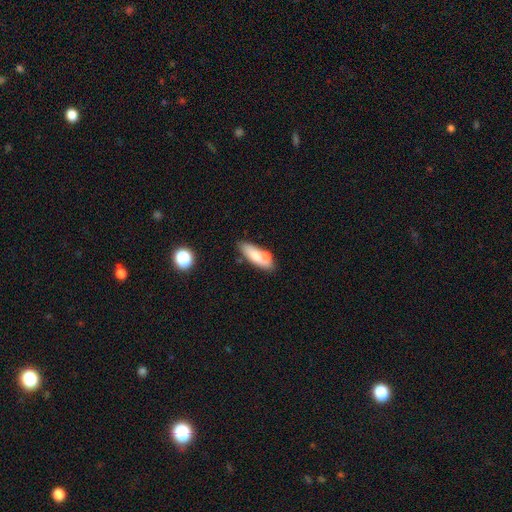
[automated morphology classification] This appears to be a smooth galaxy with no disk features (68%) that is in between round and cigar-shaped (63%). Merging: none (54%).